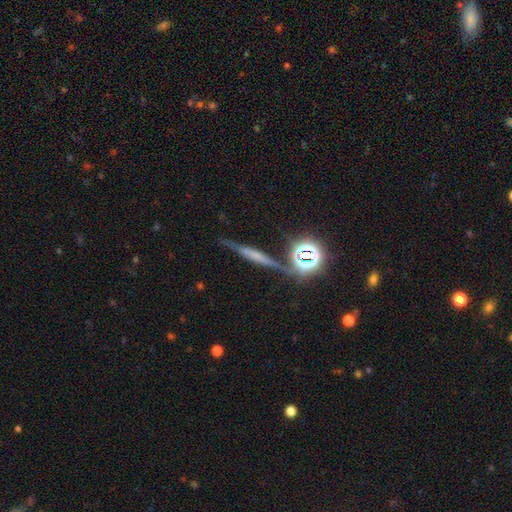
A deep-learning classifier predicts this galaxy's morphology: smooth-or-featured: featured or disk: 46% | smooth: 31% | star or artifact: 23%
  merging: none: 74% | minor disturbance: 15% | merger: 6% | major disturbance: 5%